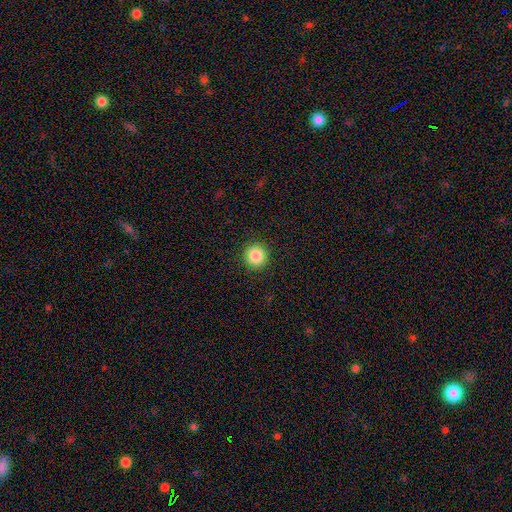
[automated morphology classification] smooth-or-featured: smooth: 87% | star or artifact: 10% | featured or disk: 4%
  how-rounded: round: 94% | in between: 5% | cigar-shaped: 1%
  merging: none: 92% | minor disturbance: 5% | major disturbance: 2% | merger: 1%